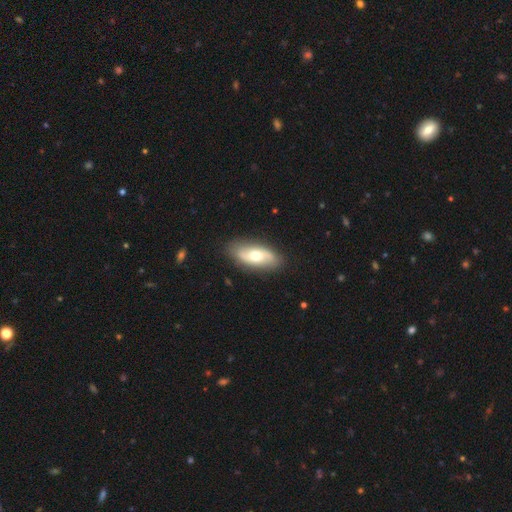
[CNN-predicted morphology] This is possibly a featured or disk galaxy (55%). It is clearly not viewed edge-on (86%). Merging: clearly none (85%).